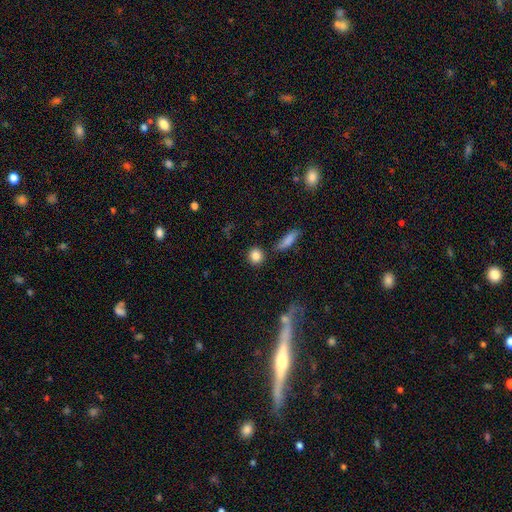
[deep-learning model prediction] smooth-or-featured: smooth: 85% | star or artifact: 9% | featured or disk: 6%
  how-rounded: round: 85% | in between: 12% | cigar-shaped: 2%
  merging: none: 82% | minor disturbance: 9% | merger: 6% | major disturbance: 3%